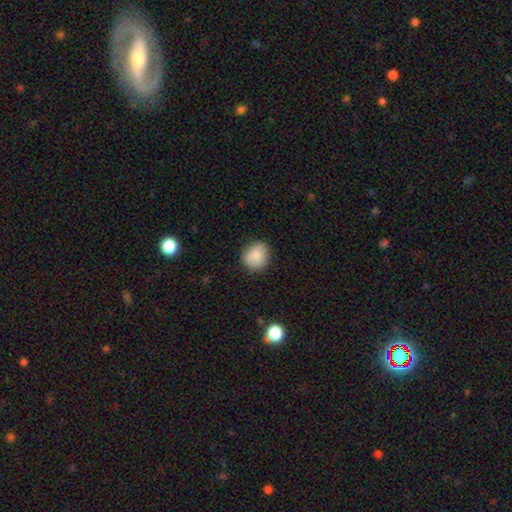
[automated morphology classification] A smooth galaxy with no disk features (85%) that is round (75%). Merging: none (82%).